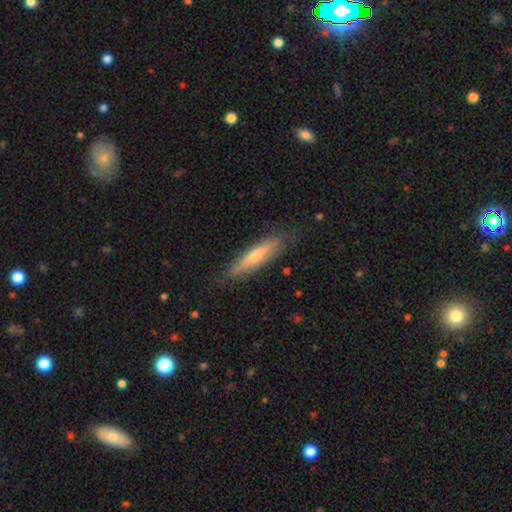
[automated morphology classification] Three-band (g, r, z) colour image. It shows a smooth galaxy with no disk features (56%) that is cigar-shaped (81%). Merging: none (81%).